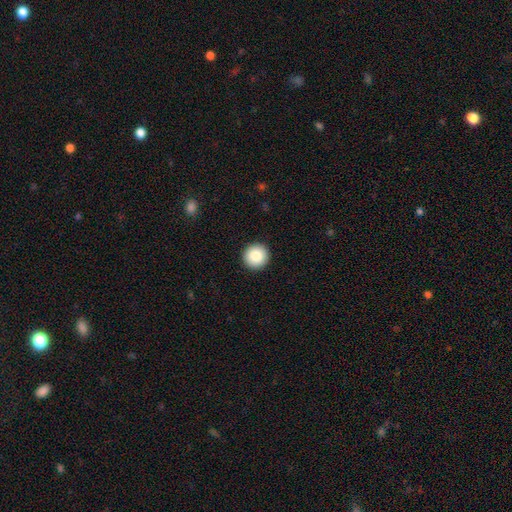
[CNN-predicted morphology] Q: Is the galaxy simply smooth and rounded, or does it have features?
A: smooth — 86%.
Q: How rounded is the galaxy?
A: round — 95%.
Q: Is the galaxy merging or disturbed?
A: none — 93%.